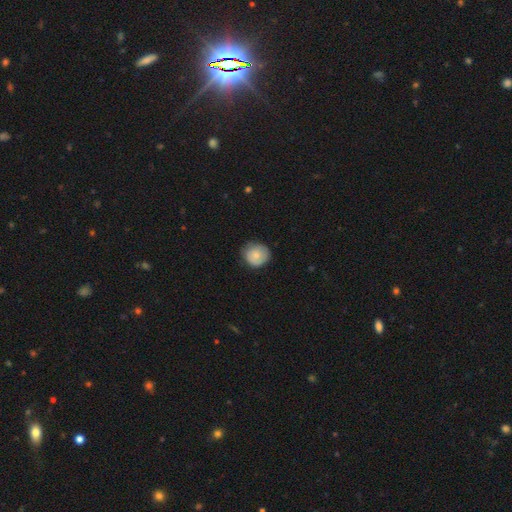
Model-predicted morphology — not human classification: Smooth or featured? smooth (78%)
How rounded? round (86%)
Merging? none (74%)